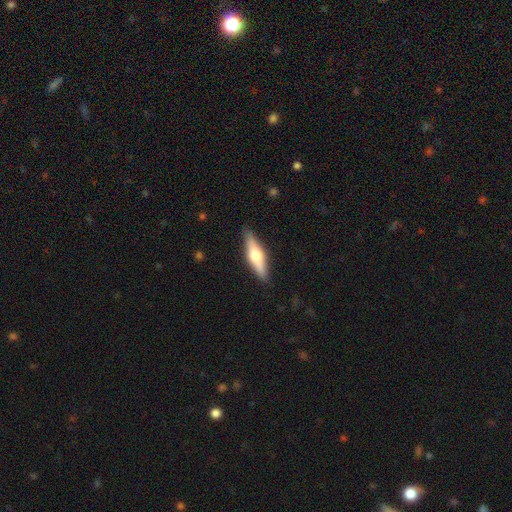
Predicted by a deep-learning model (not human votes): The model was most divided on "smooth or featured": featured or disk: 51%, smooth: 44%, star or artifact: 5%. More confident: edge-on disk — yes (93%); merging — none (88%).